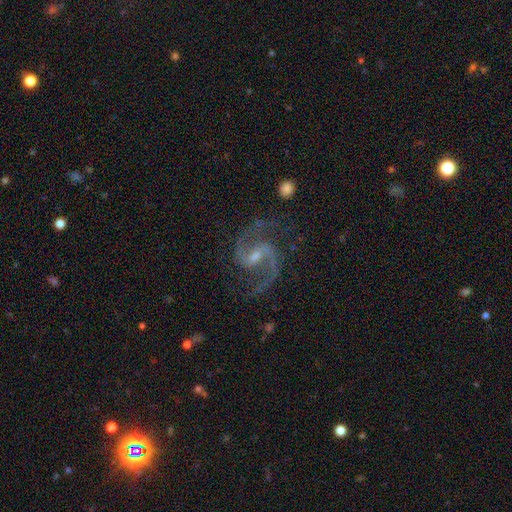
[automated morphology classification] Q: Smooth or featured?
A: featured or disk (92%); runner-up: star or artifact (5%)
Q: Edge-on disk?
A: no (98%); runner-up: yes (2%)
Q: Bar?
A: weak (54%); runner-up: strong (26%)
Q: Spiral arms?
A: yes (99%); runner-up: no (1%)
Q: Spiral winding?
A: medium (64%); runner-up: loose (26%)
Q: Spiral arm count?
A: 2 (93%); runner-up: 3 (2%)
Q: Bulge size?
A: small (56%); runner-up: moderate (34%)
Q: Merging?
A: none (76%); runner-up: minor disturbance (15%)